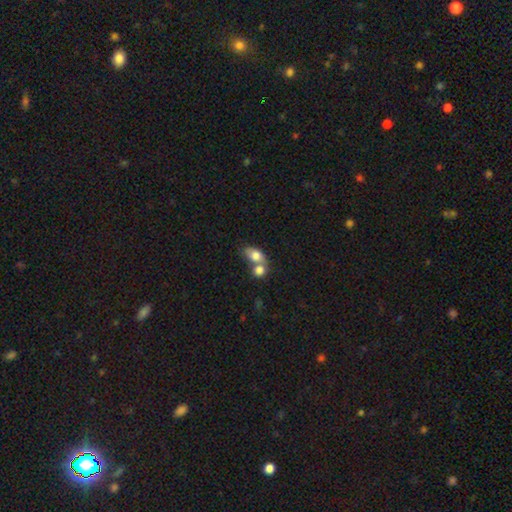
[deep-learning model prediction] This appears to be a smooth galaxy with no disk features (78%) that is in between round and cigar-shaped (75%). Merging: merger (61%).